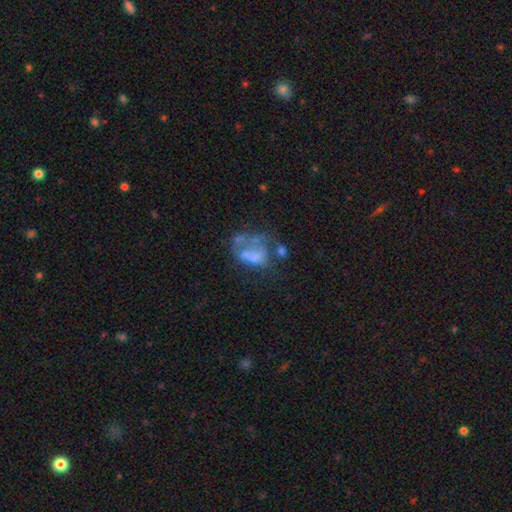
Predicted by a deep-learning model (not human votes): smooth_or_featured: featured or disk (p=0.53) [alt: smooth p=0.33]
disk_edge_on: no (p=0.98) [alt: yes p=0.02]
bar: no (p=0.90) [alt: weak p=0.07]
has_spiral_arms: no (p=0.92) [alt: yes p=0.08]
bulge_size: none (p=0.59) [alt: moderate p=0.18]
merging: major disturbance (p=0.31) [tied with: merger p=0.31]